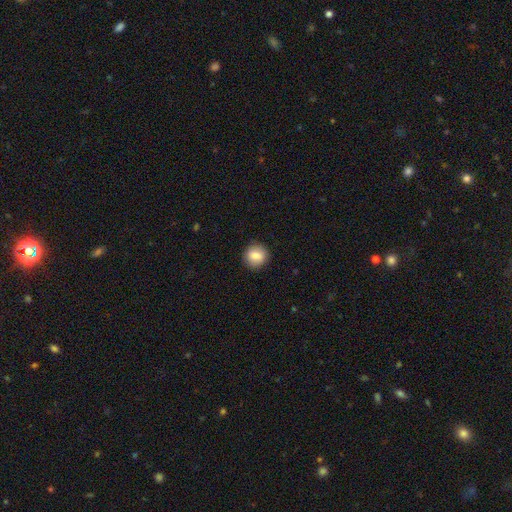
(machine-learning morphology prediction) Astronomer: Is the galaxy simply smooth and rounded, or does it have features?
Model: smooth — 82%.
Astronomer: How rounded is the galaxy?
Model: round — 84%.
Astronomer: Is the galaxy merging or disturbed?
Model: none — 90%.